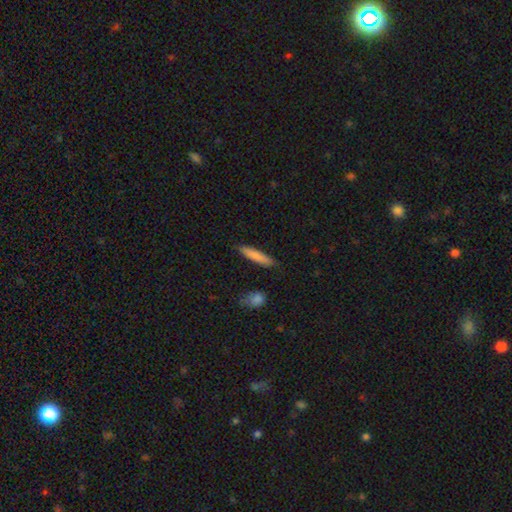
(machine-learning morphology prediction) smooth-or-featured: smooth: 82% | featured or disk: 12% | star or artifact: 6%
  how-rounded: cigar-shaped: 84% | in between: 14% | round: 1%
  merging: none: 86% | minor disturbance: 10% | merger: 2% | major disturbance: 2%